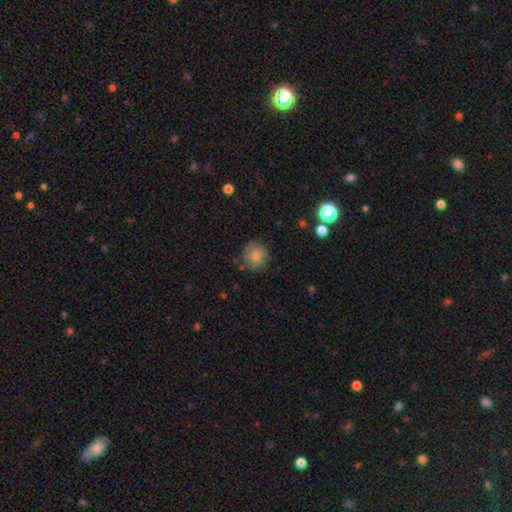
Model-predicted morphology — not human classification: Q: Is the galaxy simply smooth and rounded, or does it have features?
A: smooth — 78%.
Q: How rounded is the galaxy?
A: round — 86%.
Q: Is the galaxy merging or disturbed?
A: none — 75%.